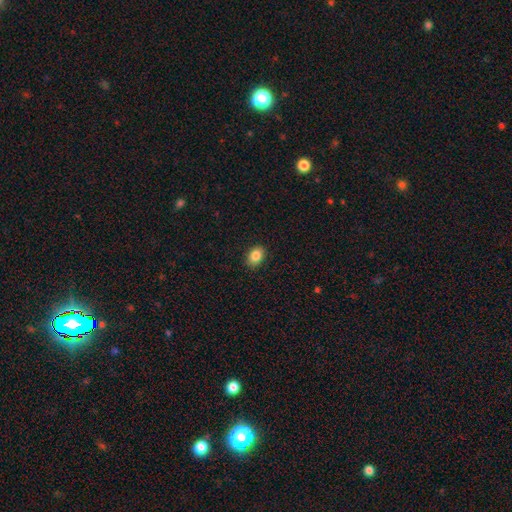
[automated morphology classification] A smooth galaxy with no disk features (86%) that is in between round and cigar-shaped (76%).

Vote fractions:
- Smooth or featured? smooth: 86% / star or artifact: 9% / featured or disk: 6%
- How rounded? in between: 76% / round: 23% / cigar-shaped: 1%
- Merging? none: 89% / minor disturbance: 8% / major disturbance: 2% / merger: 1%